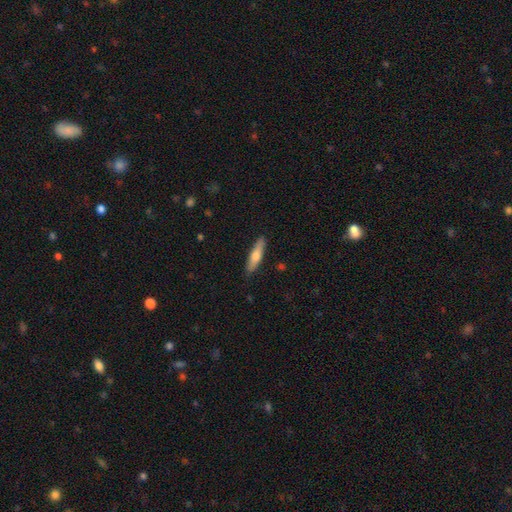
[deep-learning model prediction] smooth_or_featured: smooth (p=0.63) [alt: featured or disk p=0.31]
how_rounded: cigar-shaped (p=0.77) [alt: in between p=0.21]
merging: none (p=0.88) [alt: minor disturbance p=0.09]